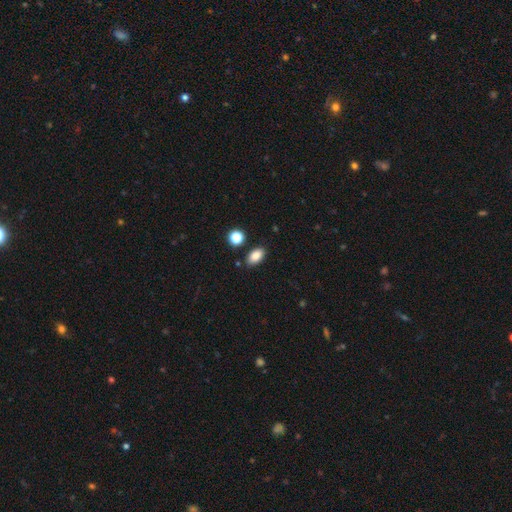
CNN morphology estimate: smooth_or_featured: smooth (p=0.85) [alt: star or artifact p=0.09]
how_rounded: in between (p=0.89) [alt: round p=0.08]
merging: none (p=0.84) [alt: minor disturbance p=0.10]